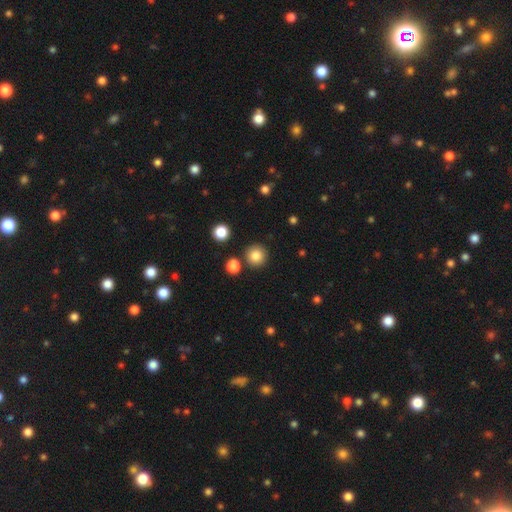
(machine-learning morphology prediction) A smooth galaxy with no disk features (84%) that is round (93%). Merging: none (85%).